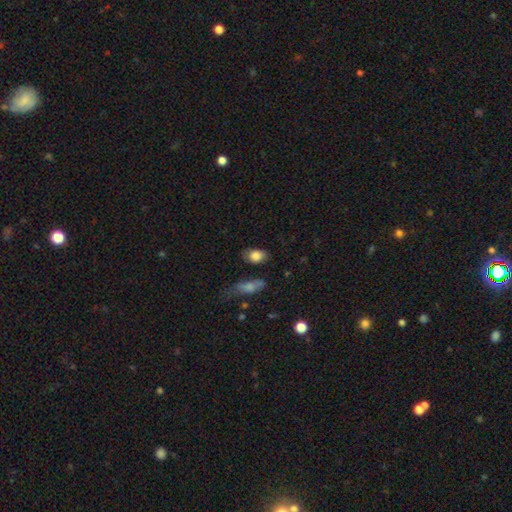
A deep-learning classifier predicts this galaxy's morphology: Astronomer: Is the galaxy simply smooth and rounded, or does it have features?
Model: smooth — 83%.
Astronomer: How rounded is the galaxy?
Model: in between — 81%.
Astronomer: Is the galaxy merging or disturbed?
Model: none — 74%.